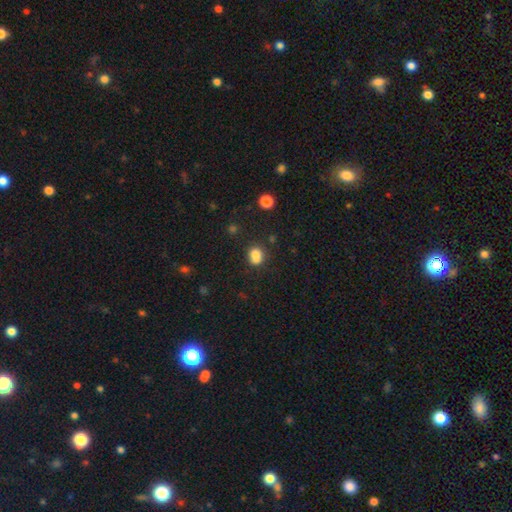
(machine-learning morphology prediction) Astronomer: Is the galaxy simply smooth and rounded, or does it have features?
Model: smooth — 80%.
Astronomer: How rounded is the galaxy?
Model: round — 54% (runner-up: in between, 45%).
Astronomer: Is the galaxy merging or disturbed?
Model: none — 56%.